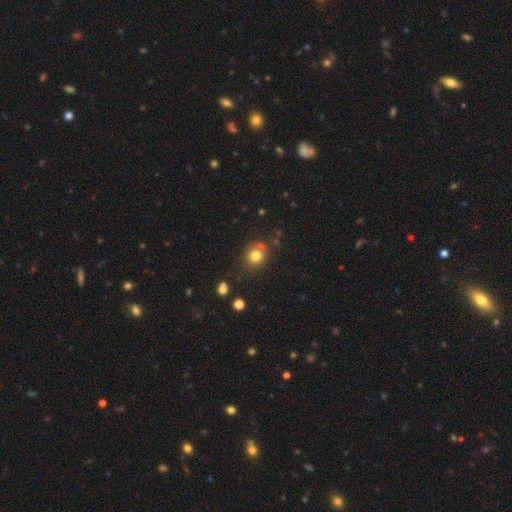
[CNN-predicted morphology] type=smooth (79%); roundness=round (84%); merging=none (72%).